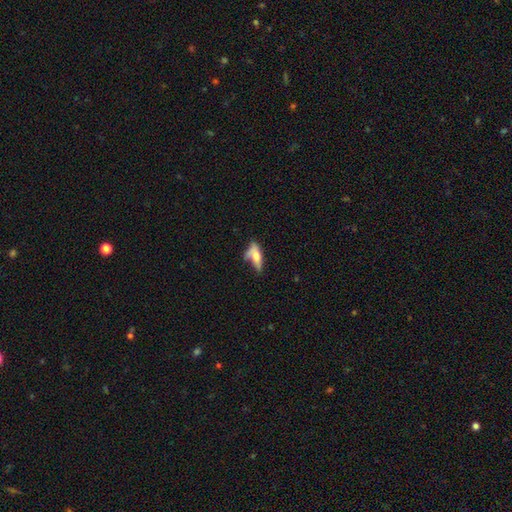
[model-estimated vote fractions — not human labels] Smooth or featured?
  - smooth: 57% *
  - featured or disk: 35%
  - star or artifact: 8%
How rounded?
  - in between: 56% *
  - cigar-shaped: 40%
  - round: 3%
Merging?
  - none: 33% *
  - minor disturbance: 25%
  - major disturbance: 23%
  - merger: 19%